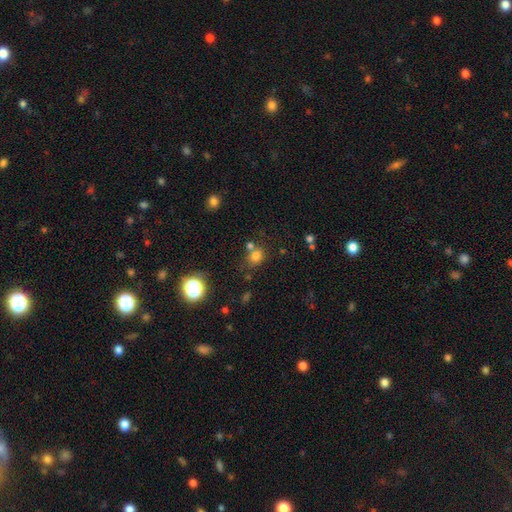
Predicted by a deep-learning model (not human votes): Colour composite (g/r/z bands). It shows a smooth galaxy with no disk features (74%) that is round (71%). Merging: none (61%).